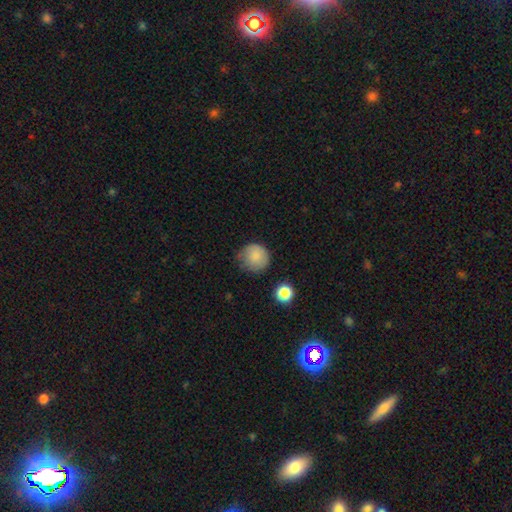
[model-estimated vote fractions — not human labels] Morphology: type=smooth (82%); roundness=round (91%); merging=none (66%).